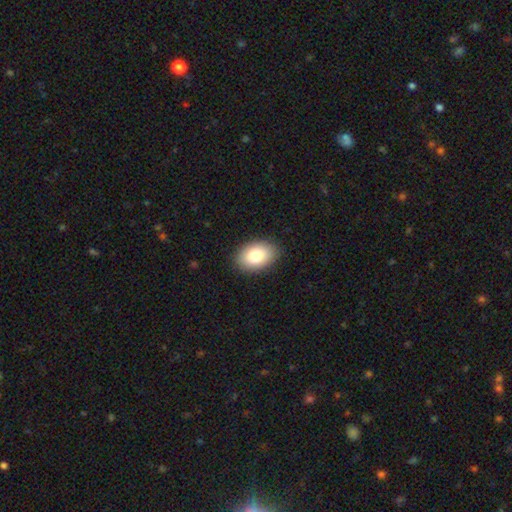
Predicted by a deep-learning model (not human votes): The model was most divided on "smooth or featured": smooth: 81%, featured or disk: 11%, star or artifact: 8%. More confident: merging — none (89%); how rounded — in between (85%).